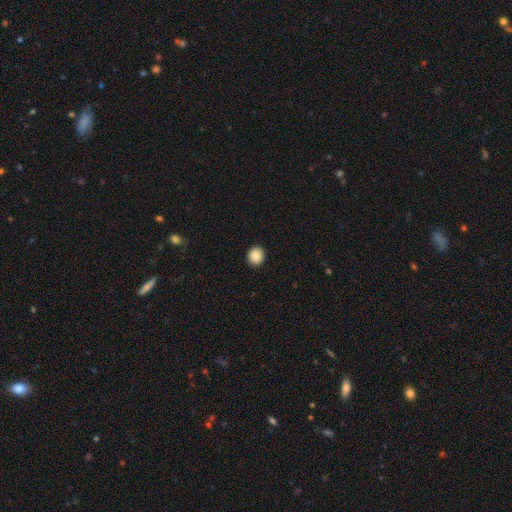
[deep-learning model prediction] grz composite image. It shows a smooth galaxy with no disk features (89%) that is round (84%). Merging: none (92%).